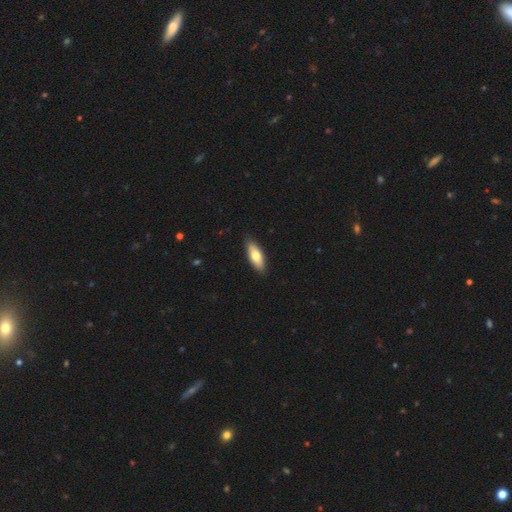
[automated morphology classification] smooth-or-featured: smooth: 73% | featured or disk: 22% | star or artifact: 6%
  how-rounded: in between: 70% | cigar-shaped: 28% | round: 2%
  merging: none: 88% | minor disturbance: 10% | major disturbance: 2% | merger: 1%